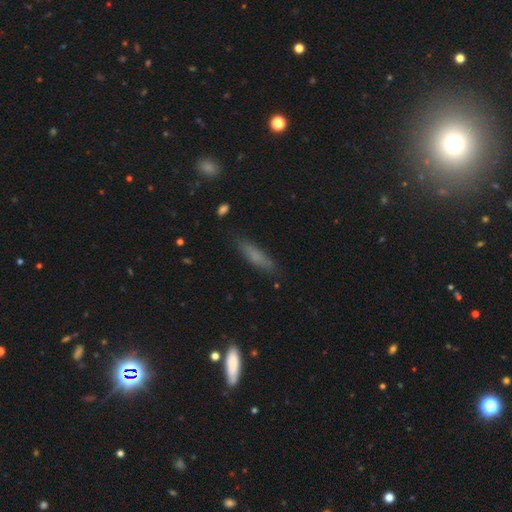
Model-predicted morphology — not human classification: type=smooth (70%); roundness=cigar-shaped (73%); merging=none (81%).